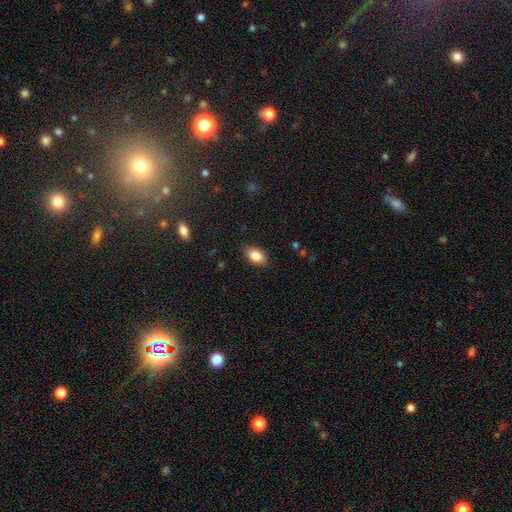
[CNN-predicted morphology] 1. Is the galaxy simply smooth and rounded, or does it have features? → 85% smooth, 8% star or artifact, 7% featured or disk.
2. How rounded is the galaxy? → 90% in between, 8% round, 2% cigar-shaped.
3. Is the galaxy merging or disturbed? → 86% none, 11% minor disturbance, 2% major disturbance, 1% merger.